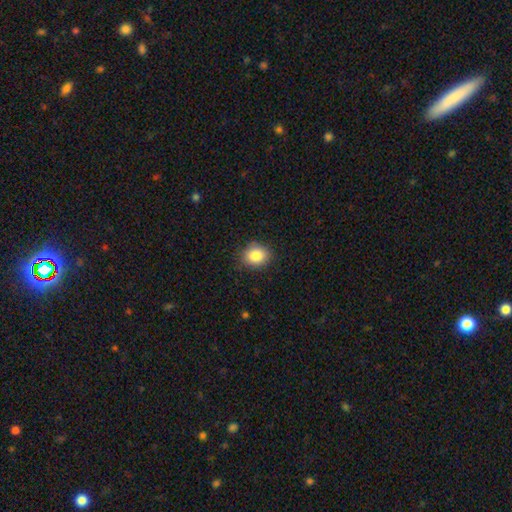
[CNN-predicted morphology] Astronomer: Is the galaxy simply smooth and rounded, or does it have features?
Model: smooth — 85%.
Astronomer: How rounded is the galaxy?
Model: round — 60% (runner-up: in between, 39%).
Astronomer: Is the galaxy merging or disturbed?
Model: none — 84%.